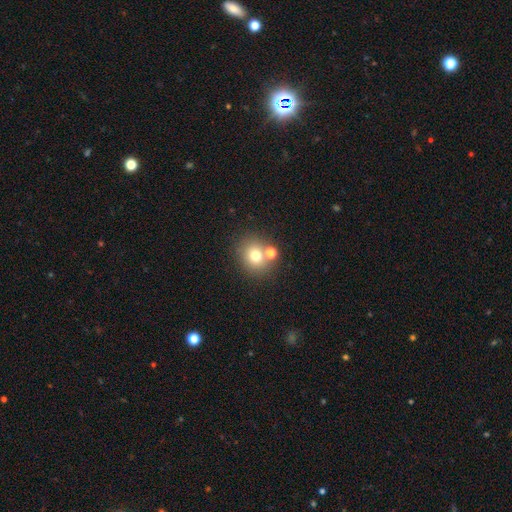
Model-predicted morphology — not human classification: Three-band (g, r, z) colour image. It shows a smooth galaxy with no disk features (72%) that is round (79%). Merging: none (65%).